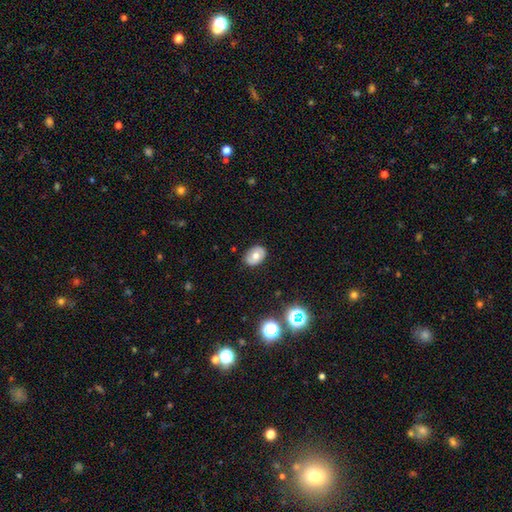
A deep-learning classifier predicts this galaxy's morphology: type=smooth (59%); roundness=in between (73%); merging=none (84%).